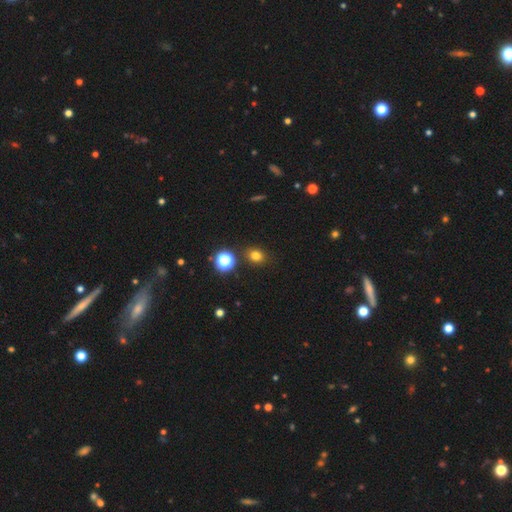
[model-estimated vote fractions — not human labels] Smooth or featured? Predicted: smooth (p=0.76). How rounded? Predicted: round (p=0.61). Merging? Predicted: none (p=0.85).